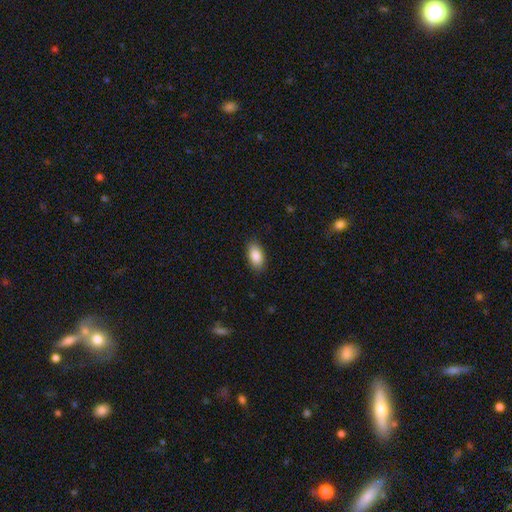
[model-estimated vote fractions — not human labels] Smooth or featured: smooth — 87% (star or artifact — 7%)
How rounded: in between — 92% (round — 4%)
Merging: none — 87% (minor disturbance — 10%)